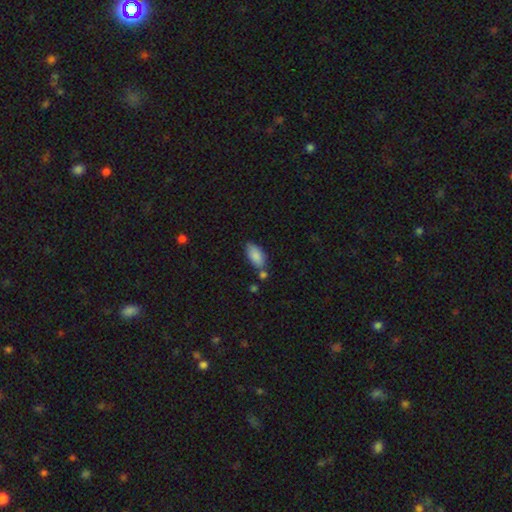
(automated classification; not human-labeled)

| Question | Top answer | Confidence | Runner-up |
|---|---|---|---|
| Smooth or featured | smooth | 86% | featured or disk (7%) |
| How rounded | in between | 92% | cigar-shaped (6%) |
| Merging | none | 62% | minor disturbance (18%) |